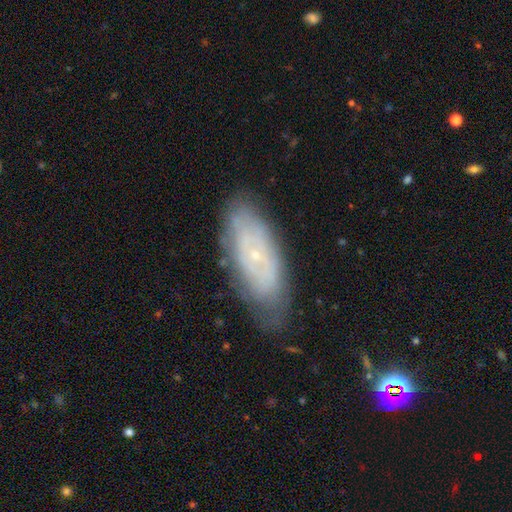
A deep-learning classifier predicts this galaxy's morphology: Smooth or featured?
  - featured or disk: 63% *
  - smooth: 29%
  - star or artifact: 8%
Edge-on disk?
  - no: 87% *
  - yes: 13%
Bar?
  - no: 80% *
  - weak: 16%
  - strong: 4%
Spiral arms?
  - yes: 70% *
  - no: 30%
Bulge size?
  - small: 86% *
  - moderate: 10%
  - none: 2%
  - large: 1%
  - dominant: 1%
Merging?
  - none: 72% *
  - minor disturbance: 21%
  - major disturbance: 5%
  - merger: 2%